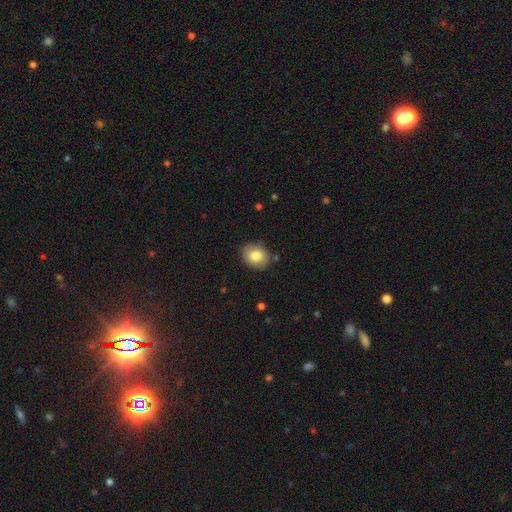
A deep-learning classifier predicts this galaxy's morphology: smooth 80%, featured or disk 12%, star or artifact 8%. Down the decision tree: how rounded — in between (53%); merging — none (84%).